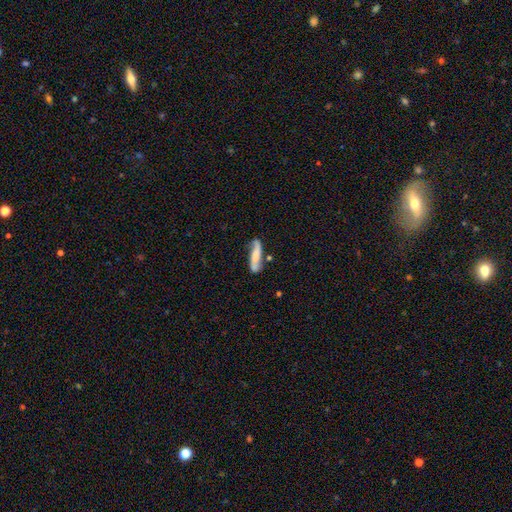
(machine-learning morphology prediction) smooth-or-featured: smooth: 48% | featured or disk: 45% | star or artifact: 7%
  merging: none: 62% | minor disturbance: 23% | merger: 8% | major disturbance: 7%